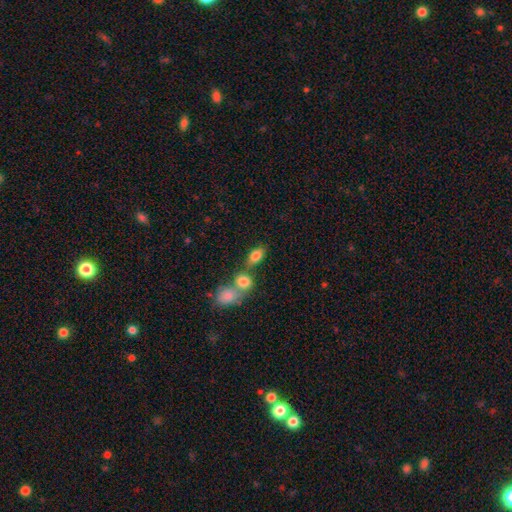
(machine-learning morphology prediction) Overall: smooth (81%). How rounded: in between (83%). Merging: none (50%; merger 33%).